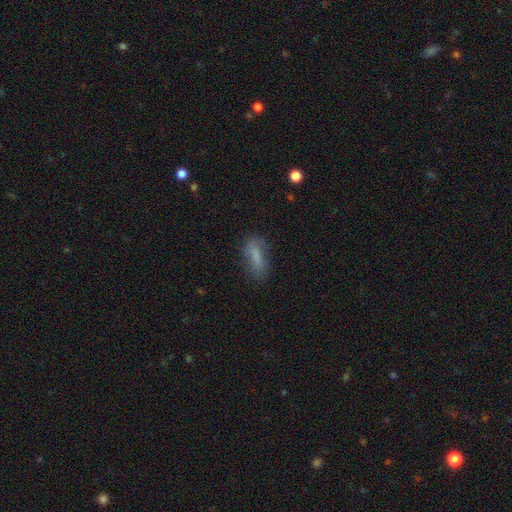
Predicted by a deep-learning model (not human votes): smooth 74%, featured or disk 17%, star or artifact 10%. Down the decision tree: how rounded — in between (57%); merging — none (66%).